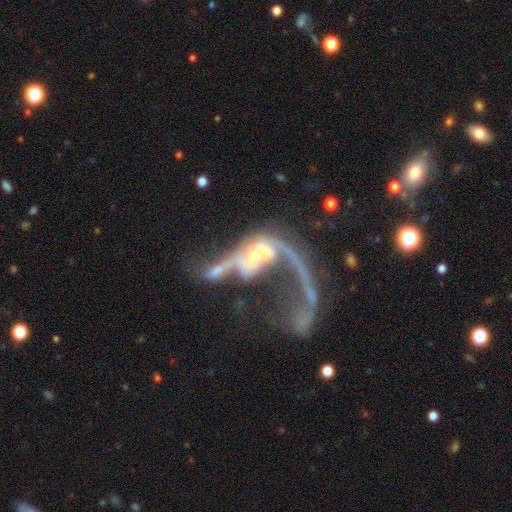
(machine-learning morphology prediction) Smooth or featured?
  - featured or disk: 74% *
  - smooth: 17%
  - star or artifact: 10%
Edge-on disk?
  - no: 90% *
  - yes: 10%
Bar?
  - no: 59% *
  - weak: 26%
  - strong: 15%
Spiral arms?
  - yes: 59% *
  - no: 41%
Bulge size?
  - moderate: 44% *
  - small: 35%
  - none: 10%
  - large: 9%
  - dominant: 3%
Merging?
  - merger: 44% *
  - major disturbance: 40%
  - none: 10%
  - minor disturbance: 6%